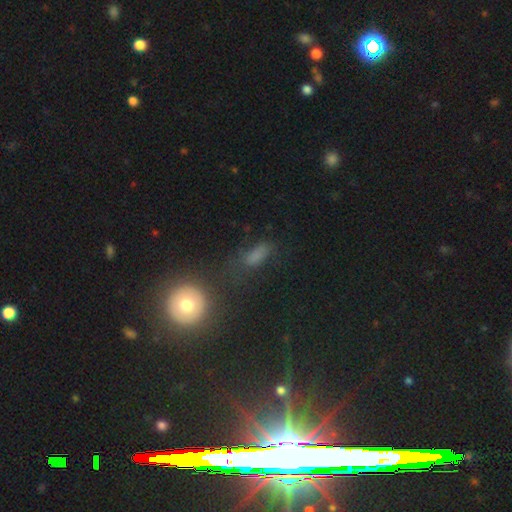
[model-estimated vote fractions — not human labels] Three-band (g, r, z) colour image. It shows a smooth galaxy with no disk features (68%) that is in between round and cigar-shaped (61%). Merging: none (58%).